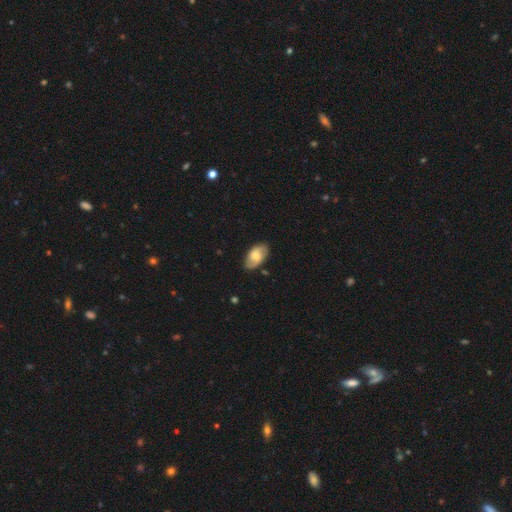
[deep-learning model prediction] Smooth or featured? smooth (50%)
Merging? none (81%)